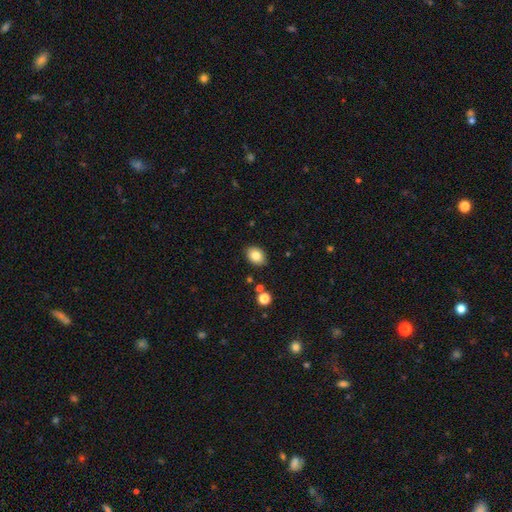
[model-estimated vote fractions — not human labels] Morphology: type=smooth (83%); roundness=in between (68%); merging=none (87%).